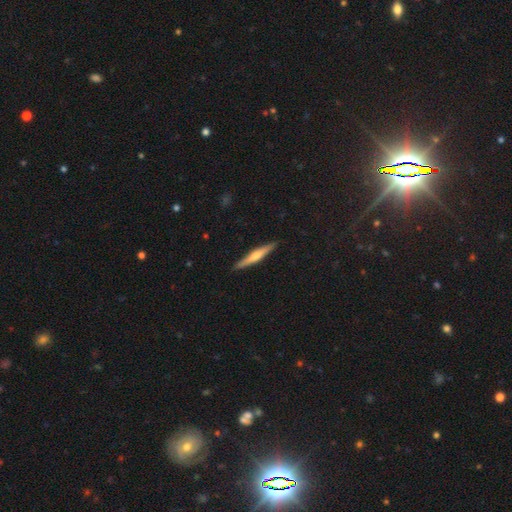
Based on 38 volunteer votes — This is possibly a featured or disk galaxy (58%). It is clearly viewed edge-on (100%). Edge-on bulge: clearly rounded (86%). Merging: clearly none (95%).